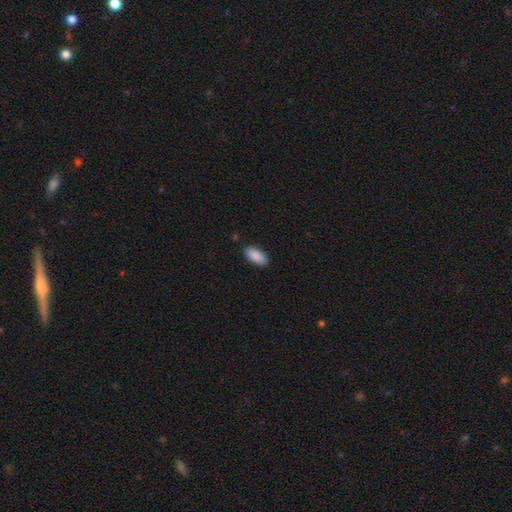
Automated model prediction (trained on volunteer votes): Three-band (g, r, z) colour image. It shows a smooth galaxy with no disk features (90%) that is in between round and cigar-shaped (91%). Merging: none (88%).